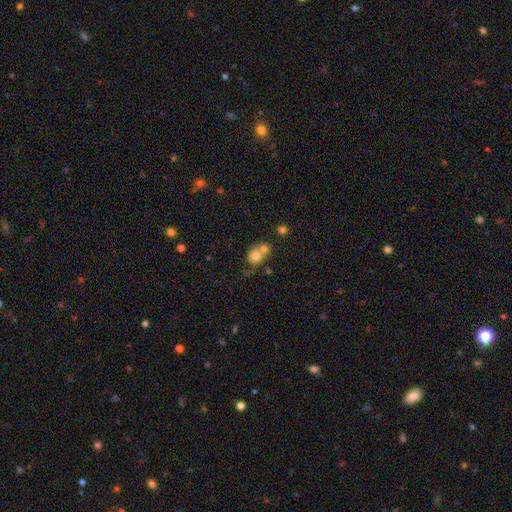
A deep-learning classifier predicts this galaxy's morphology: Overall: smooth (71%). How rounded: round (71%). Merging: merger (54%; none 28%).